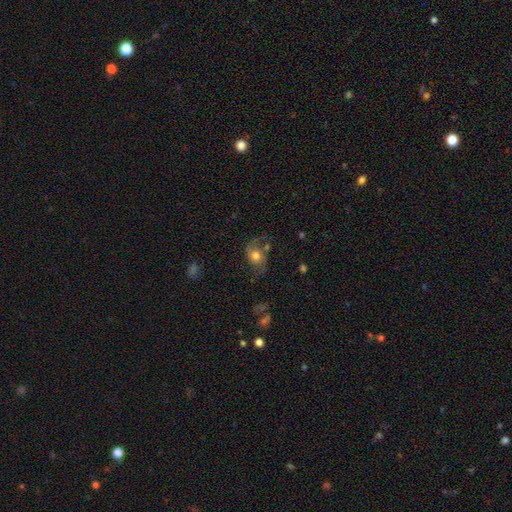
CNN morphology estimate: Smooth or featured? Predicted: featured or disk (p=0.48). Merging? Predicted: none (p=0.49).